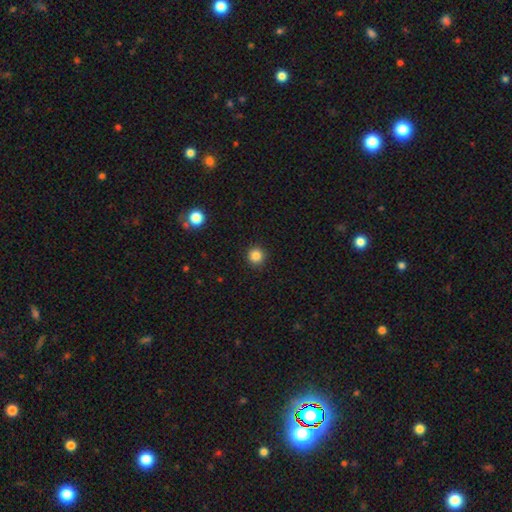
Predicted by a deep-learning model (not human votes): This appears to be a smooth galaxy with no disk features (85%) that is round (95%). Merging: none (93%).